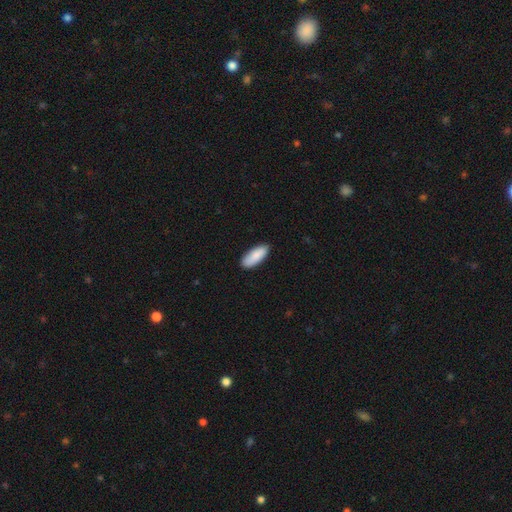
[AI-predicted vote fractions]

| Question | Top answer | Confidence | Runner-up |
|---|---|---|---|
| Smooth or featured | smooth | 89% | featured or disk (6%) |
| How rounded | in between | 74% | cigar-shaped (24%) |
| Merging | none | 87% | minor disturbance (10%) |